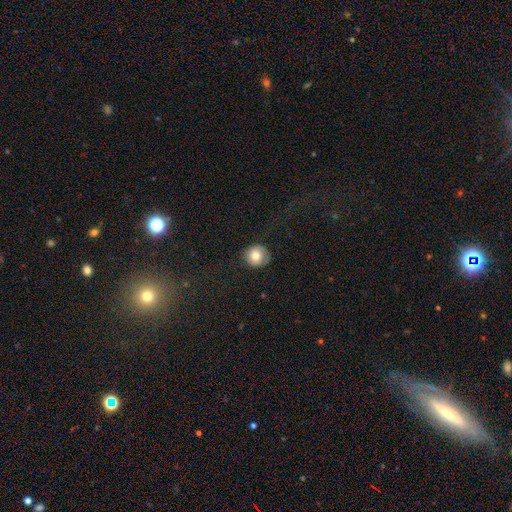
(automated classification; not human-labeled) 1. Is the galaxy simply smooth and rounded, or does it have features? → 75% smooth, 16% featured or disk, 9% star or artifact.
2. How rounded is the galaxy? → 88% round, 11% in between, 1% cigar-shaped.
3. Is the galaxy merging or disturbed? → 76% none, 17% minor disturbance, 6% major disturbance, 1% merger.